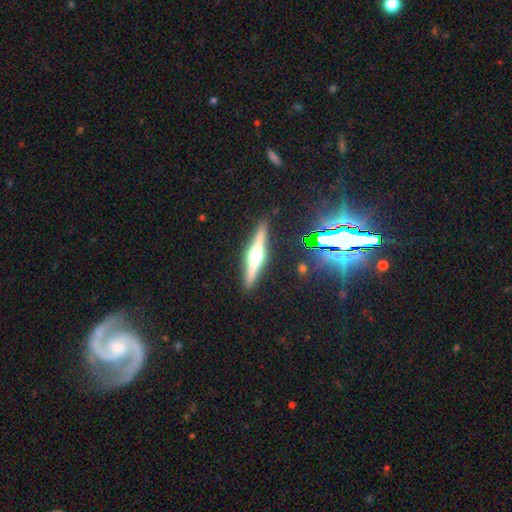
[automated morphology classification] A featured or disk galaxy (74%) viewed edge-on (98%) with a rounded central bulge (93%).

Vote fractions:
- Smooth or featured? featured or disk: 74% / smooth: 19% / star or artifact: 7%
- Edge-on disk? yes: 98% / no: 2%
- Edge-on bulge? rounded: 93% / boxy: 5% / none: 2%
- Merging? none: 90% / minor disturbance: 7% / major disturbance: 2% / merger: 1%